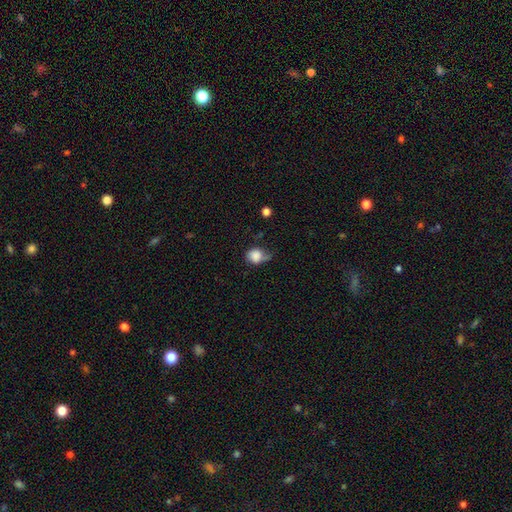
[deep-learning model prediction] Smooth or featured: smooth — 81% (featured or disk — 11%)
How rounded: round — 67% (in between — 32%)
Merging: minor disturbance — 40% (none — 33%)